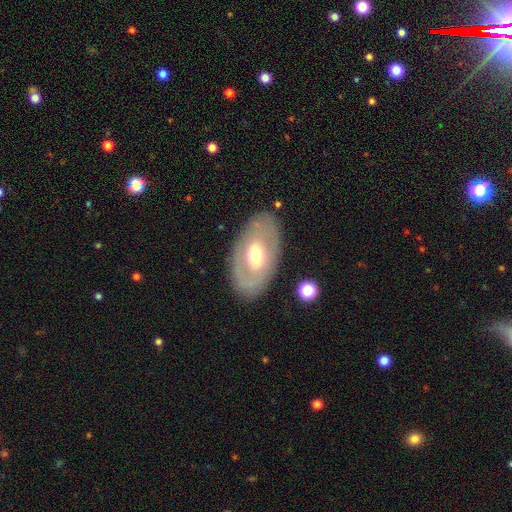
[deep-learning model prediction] A featured or disk galaxy (56%) with no bar (68%), no spiral arms (75%) and a moderate central bulge (67%).

Vote fractions:
- Smooth or featured? featured or disk: 56% / smooth: 38% / star or artifact: 6%
- Edge-on disk? no: 90% / yes: 10%
- Bar? no: 68% / weak: 24% / strong: 8%
- Spiral arms? no: 75% / yes: 25%
- Bulge size? moderate: 67% / large: 17% / small: 13% / dominant: 2% / none: 1%
- Merging? none: 83% / minor disturbance: 11% / major disturbance: 4% / merger: 2%